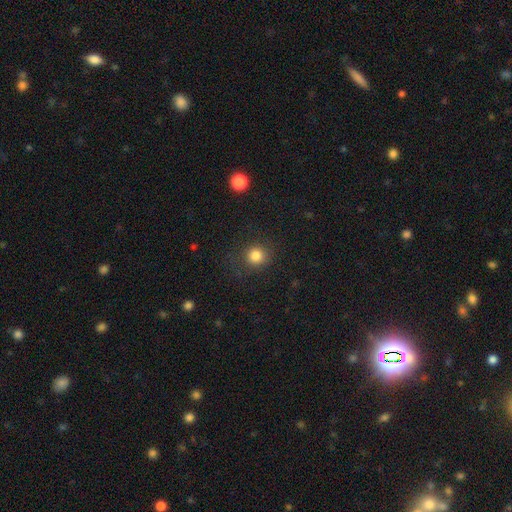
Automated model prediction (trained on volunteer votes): This is clearly a smooth galaxy (83%). How rounded: clearly round (90%). Merging: clearly none (85%).